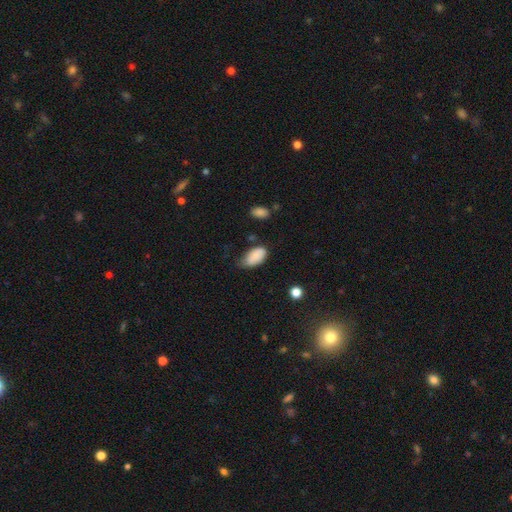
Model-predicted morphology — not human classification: Overall: smooth (87%). How rounded: in between (94%). Merging: none (46%; minor disturbance 40%).